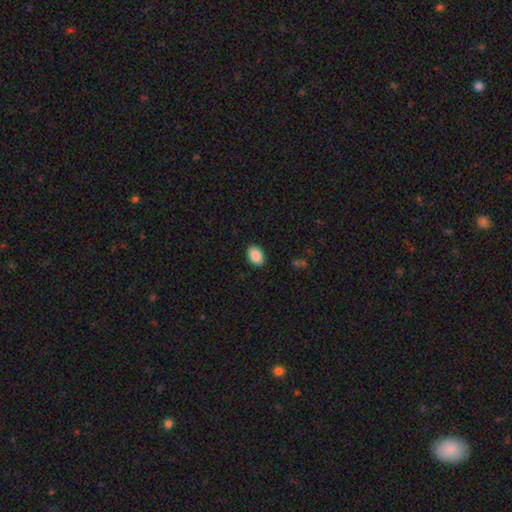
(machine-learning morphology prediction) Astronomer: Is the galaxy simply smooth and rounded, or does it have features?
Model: smooth — 89%.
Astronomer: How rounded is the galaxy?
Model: in between — 87%.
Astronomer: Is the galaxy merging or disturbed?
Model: none — 89%.